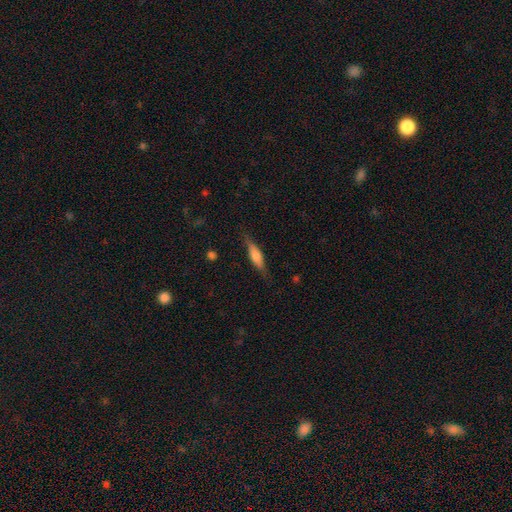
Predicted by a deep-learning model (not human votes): Morphology: type=smooth (53%); roundness=cigar-shaped (67%); merging=none (79%).